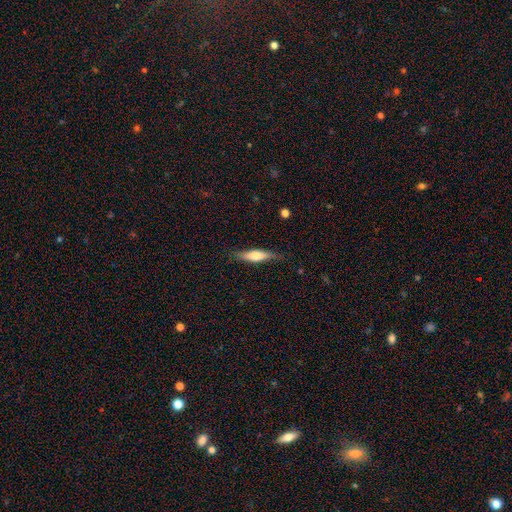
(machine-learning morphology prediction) Smooth or featured? Predicted: smooth (p=0.55). How rounded? Predicted: cigar-shaped (p=0.73). Merging? Predicted: none (p=0.82).